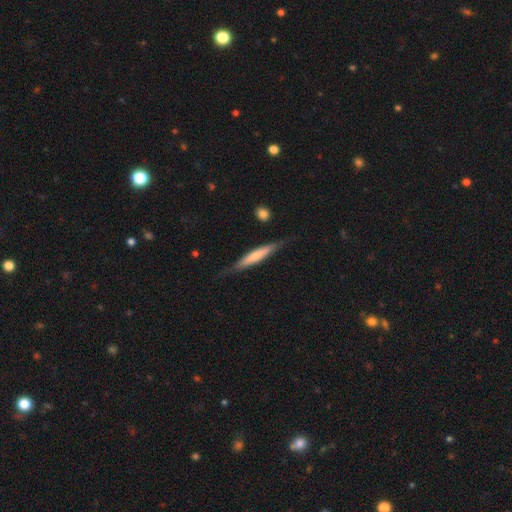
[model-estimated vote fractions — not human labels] The model was most divided on "smooth or featured": smooth: 55%, featured or disk: 39%, star or artifact: 5%. More confident: how rounded — cigar-shaped (91%); merging — none (76%).